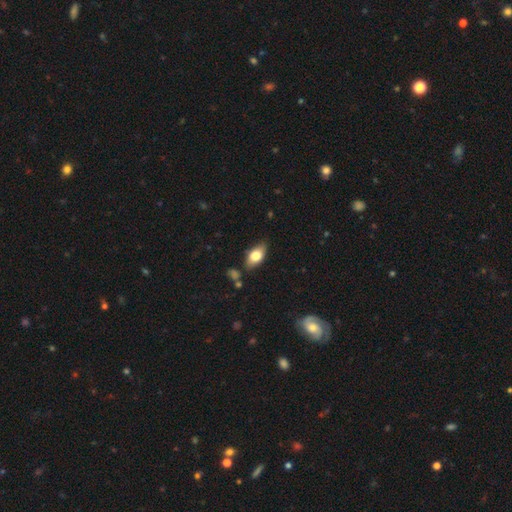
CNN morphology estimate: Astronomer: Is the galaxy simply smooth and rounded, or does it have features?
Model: smooth — 72%.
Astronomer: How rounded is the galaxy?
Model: in between — 87%.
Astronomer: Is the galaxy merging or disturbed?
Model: none — 77%.